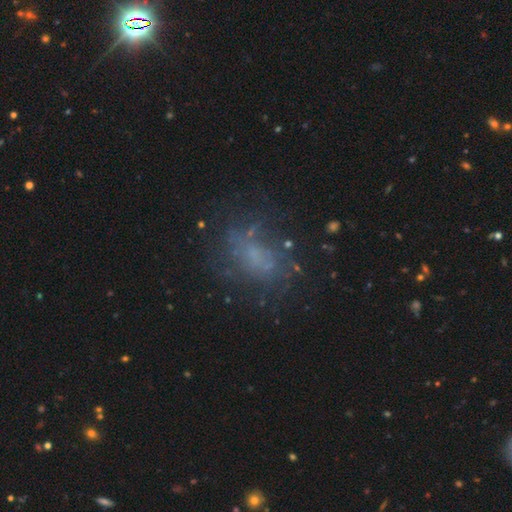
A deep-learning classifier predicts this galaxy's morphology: smooth_or_featured: featured or disk (p=0.40) [alt: smooth p=0.38]
merging: none (p=0.60) [alt: minor disturbance p=0.18]